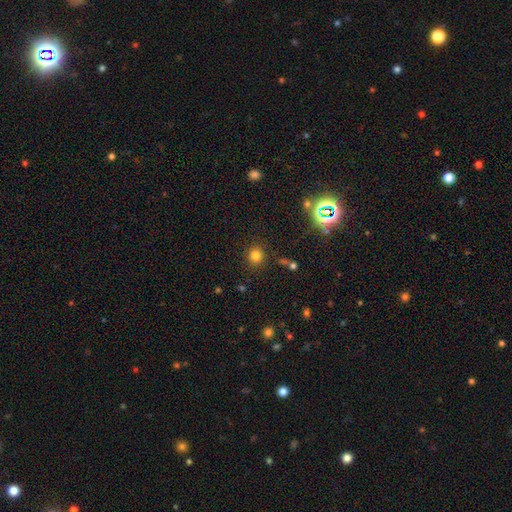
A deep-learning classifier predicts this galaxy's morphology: The model was most divided on "smooth or featured": smooth: 78%, star or artifact: 16%, featured or disk: 6%. More confident: how rounded — round (90%); merging — none (88%).